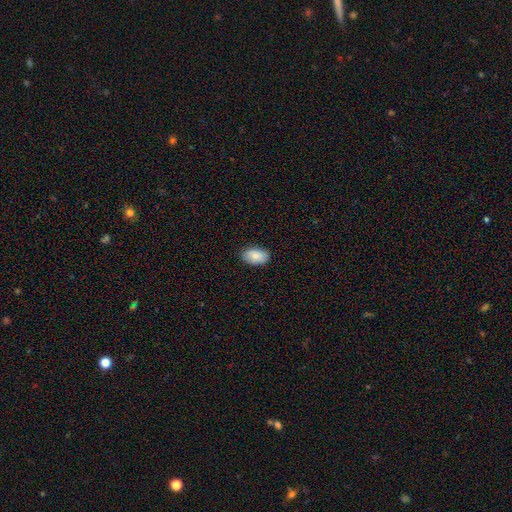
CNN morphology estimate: A smooth galaxy with no disk features (85%) that is in between round and cigar-shaped (93%).

Vote fractions:
- Smooth or featured? smooth: 85% / featured or disk: 9% / star or artifact: 7%
- How rounded? in between: 93% / round: 5% / cigar-shaped: 1%
- Merging? none: 85% / minor disturbance: 12% / major disturbance: 2% / merger: 1%